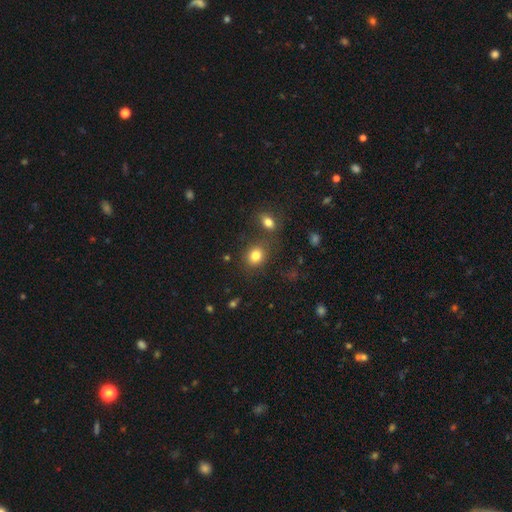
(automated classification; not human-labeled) smooth 82%, star or artifact 12%, featured or disk 7%. Down the decision tree: how rounded — round (59%); merging — none (73%).